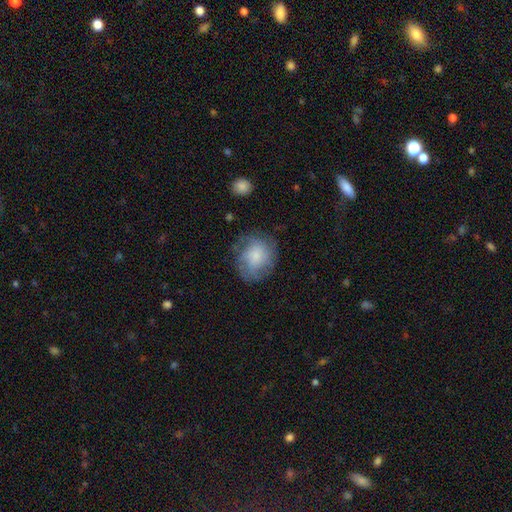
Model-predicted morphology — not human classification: Smooth or featured? Predicted: smooth (p=0.53). How rounded? Predicted: round (p=0.65). Merging? Predicted: none (p=0.65).